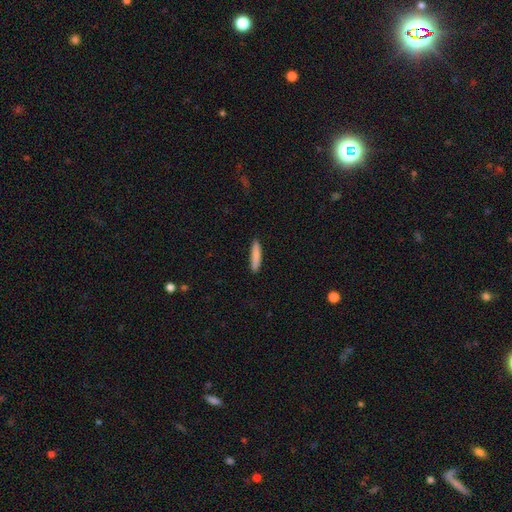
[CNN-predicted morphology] The model was most divided on "how rounded": cigar-shaped: 86%, in between: 12%, round: 1%. More confident: merging — none (90%); smooth or featured — smooth (86%).